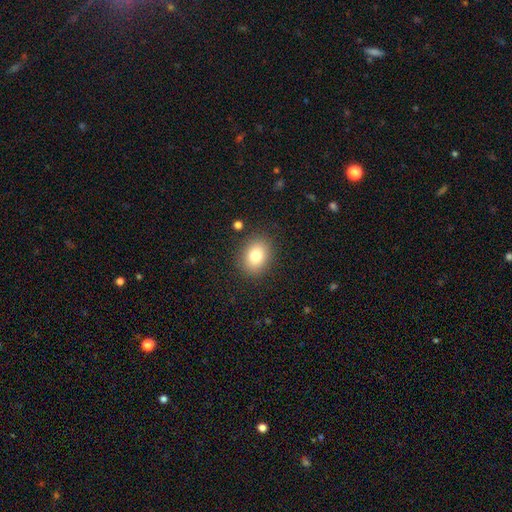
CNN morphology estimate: smooth-or-featured: smooth: 81% | star or artifact: 9% | featured or disk: 9%
  how-rounded: in between: 57% | round: 42% | cigar-shaped: 1%
  merging: none: 86% | minor disturbance: 9% | major disturbance: 3% | merger: 2%